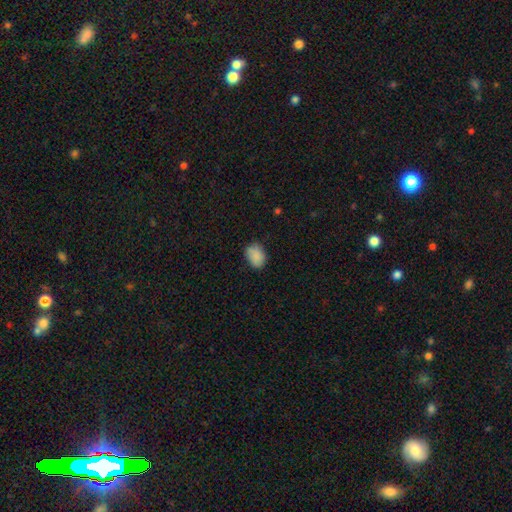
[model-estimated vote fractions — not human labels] smooth_or_featured: smooth (p=0.85) [alt: star or artifact p=0.08]
how_rounded: in between (p=0.73) [alt: round p=0.26]
merging: none (p=0.70) [alt: minor disturbance p=0.23]